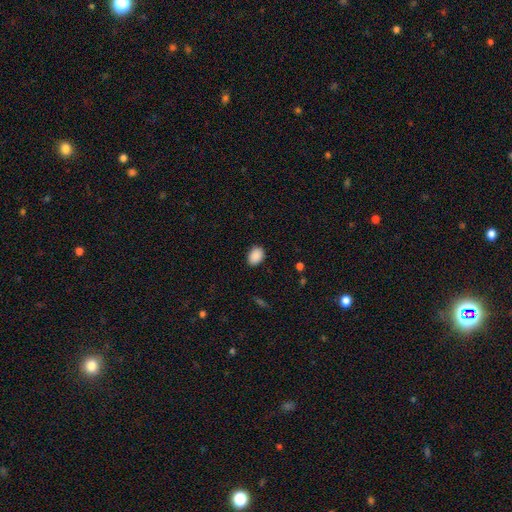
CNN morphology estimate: Smooth or featured? Predicted: smooth (p=0.90). How rounded? Predicted: in between (p=0.77). Merging? Predicted: none (p=0.86).